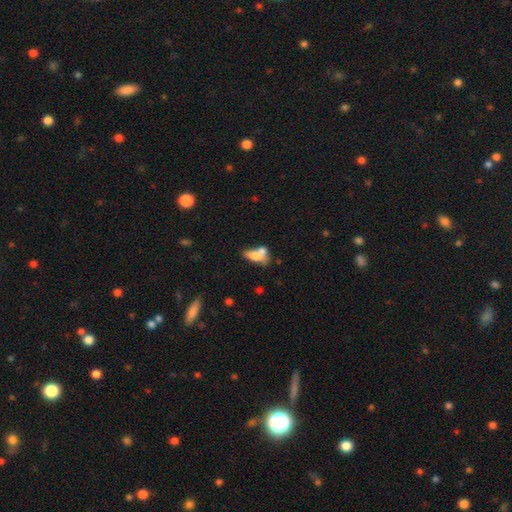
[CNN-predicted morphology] smooth-or-featured: smooth: 67% | featured or disk: 25% | star or artifact: 9%
  how-rounded: in between: 80% | cigar-shaped: 12% | round: 9%
  merging: merger: 56% | none: 25% | minor disturbance: 11% | major disturbance: 8%